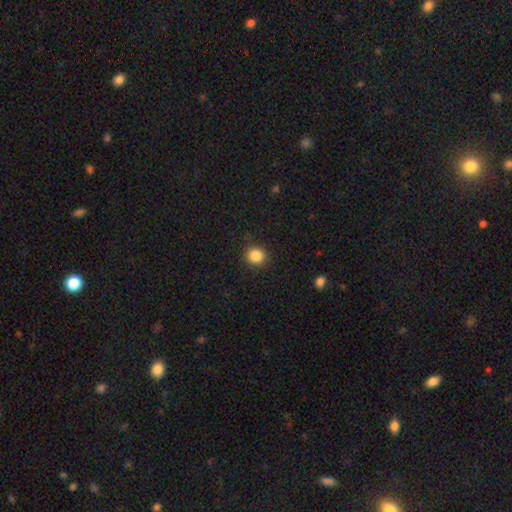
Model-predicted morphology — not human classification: smooth 85%, star or artifact 11%, featured or disk 4%. Down the decision tree: how rounded — round (89%); merging — none (91%).